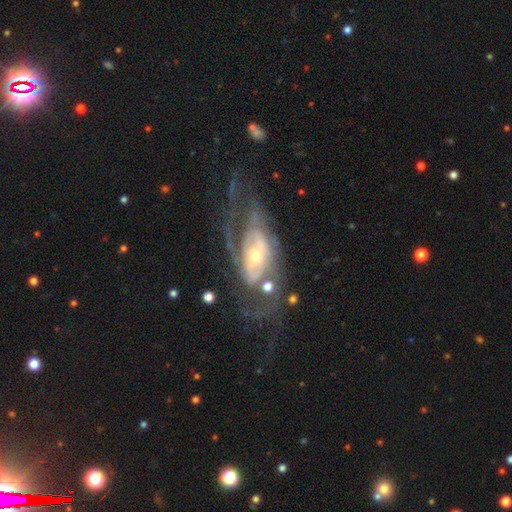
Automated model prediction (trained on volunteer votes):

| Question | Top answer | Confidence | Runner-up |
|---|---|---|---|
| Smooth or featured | featured or disk | 84% | smooth (10%) |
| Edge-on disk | no | 91% | yes (9%) |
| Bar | no | 58% | weak (28%) |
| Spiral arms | yes | 83% | no (17%) |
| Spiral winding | tight | 43% | medium (37%) |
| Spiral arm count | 2 | 43% | can't tell (34%) |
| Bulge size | moderate | 47% | small (46%) |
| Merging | none | 50% | major disturbance (27%) |